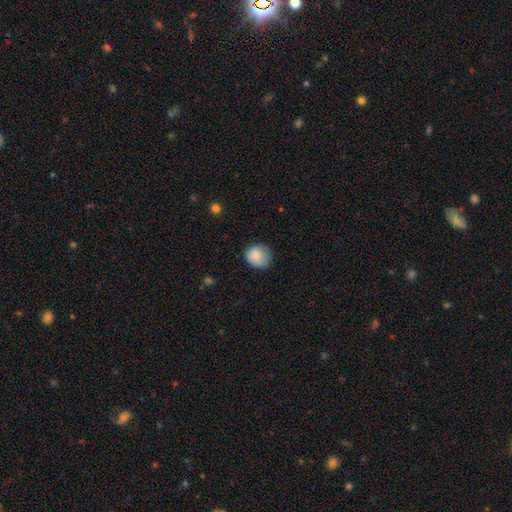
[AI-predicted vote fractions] A smooth galaxy with no disk features (84%) that is round (80%).

Vote fractions:
- Smooth or featured? smooth: 84% / star or artifact: 8% / featured or disk: 7%
- How rounded? round: 80% / in between: 19% / cigar-shaped: 1%
- Merging? none: 63% / minor disturbance: 28% / major disturbance: 7% / merger: 1%